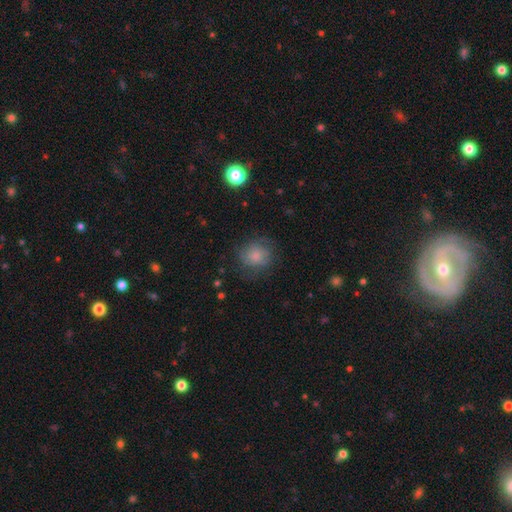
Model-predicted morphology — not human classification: Smooth or featured?
  - smooth: 65% *
  - featured or disk: 25%
  - star or artifact: 10%
How rounded?
  - round: 81% *
  - in between: 18%
  - cigar-shaped: 1%
Merging?
  - none: 66% *
  - minor disturbance: 21%
  - major disturbance: 12%
  - merger: 1%